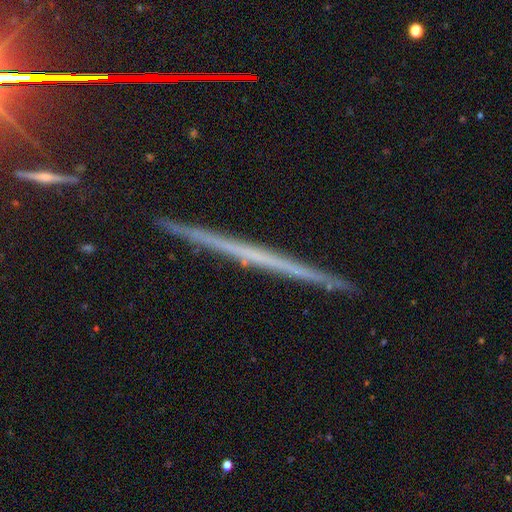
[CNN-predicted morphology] type=featured or disk (64%); edge-on=yes (98%); edge-on bulge=none (88%); merging=none (91%).